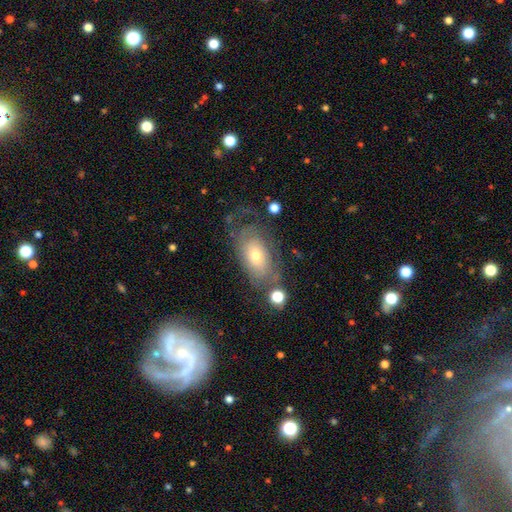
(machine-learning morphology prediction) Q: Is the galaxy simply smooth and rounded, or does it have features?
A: featured or disk — 56%.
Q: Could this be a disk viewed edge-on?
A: no — 91%.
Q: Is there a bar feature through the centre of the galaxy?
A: no — 81%.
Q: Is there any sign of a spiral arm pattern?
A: yes — 66%.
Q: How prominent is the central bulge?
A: moderate — 53%.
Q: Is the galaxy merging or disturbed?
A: none — 52%.